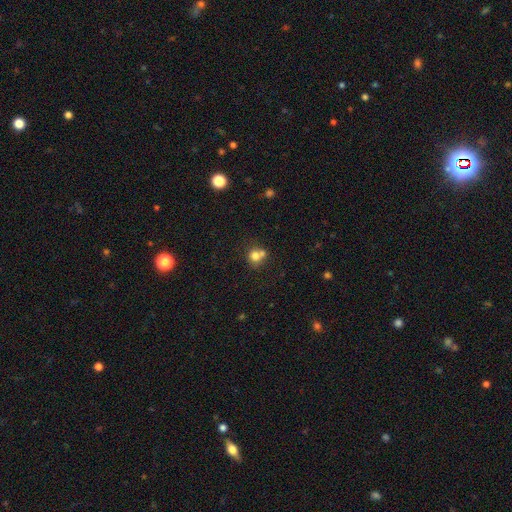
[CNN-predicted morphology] Overall: smooth (76%). How rounded: round (83%). Merging: none (45%; merger 43%).